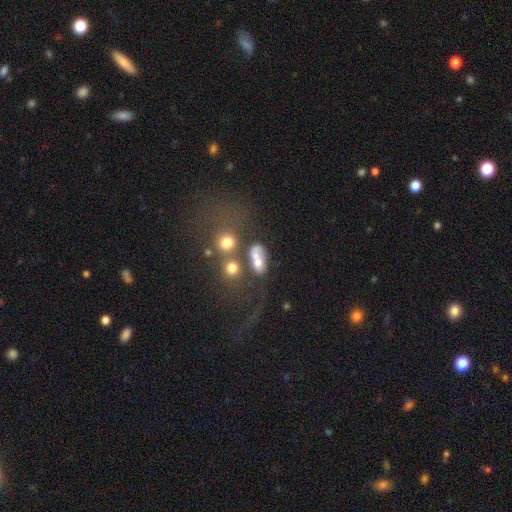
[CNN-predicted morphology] This appears to be a smooth galaxy with no disk features (61%) that is in between round and cigar-shaped (66%). Merging: merger (42%).